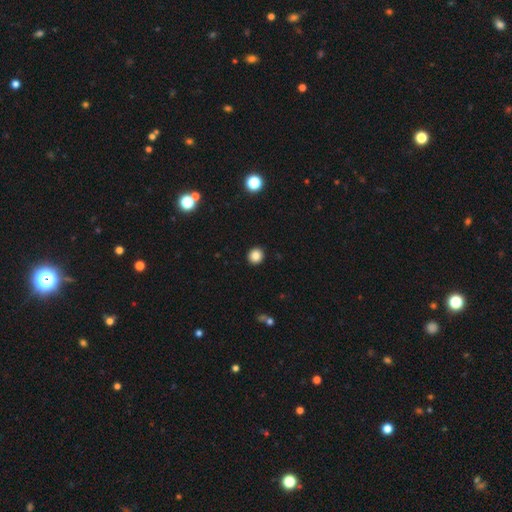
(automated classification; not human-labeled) A smooth galaxy with no disk features (86%) that is round (91%). Merging: none (93%).